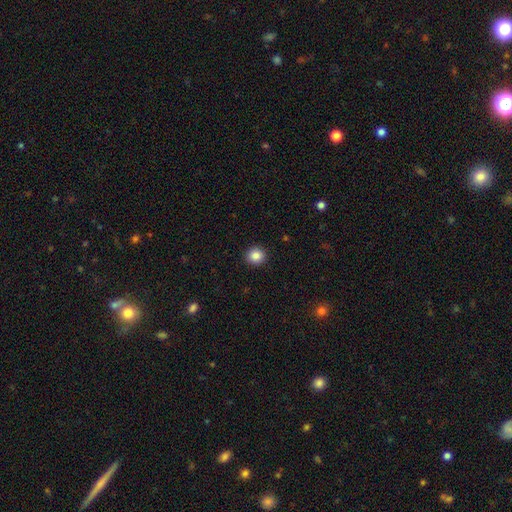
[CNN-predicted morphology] This appears to be a smooth galaxy with no disk features (86%) that is round (90%). Merging: none (93%).